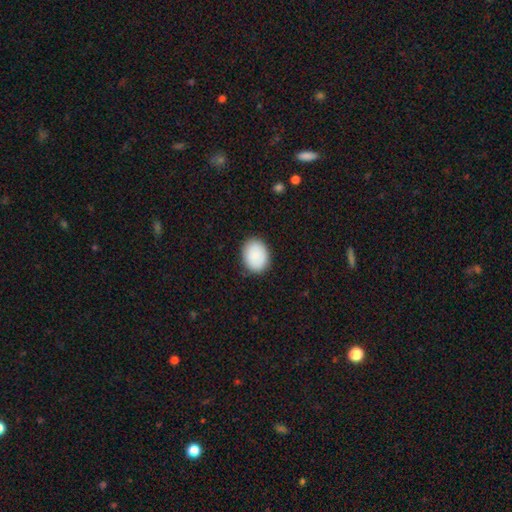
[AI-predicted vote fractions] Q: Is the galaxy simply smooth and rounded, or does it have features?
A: smooth — 87%.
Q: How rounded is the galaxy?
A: in between — 65%.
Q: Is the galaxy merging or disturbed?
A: none — 87%.